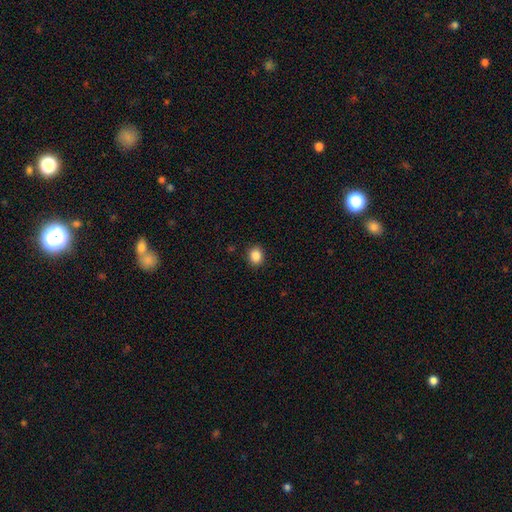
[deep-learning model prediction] Smooth or featured? Predicted: smooth (p=0.87). How rounded? Predicted: round (p=0.61). Merging? Predicted: none (p=0.89).